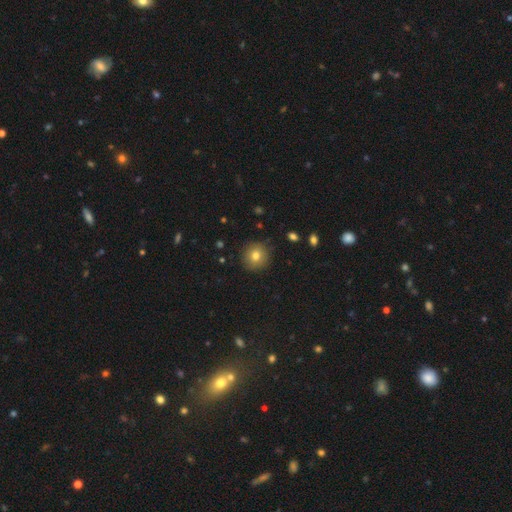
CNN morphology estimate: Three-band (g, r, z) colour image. It shows a smooth galaxy with no disk features (78%) that is round (92%). Merging: none (89%).